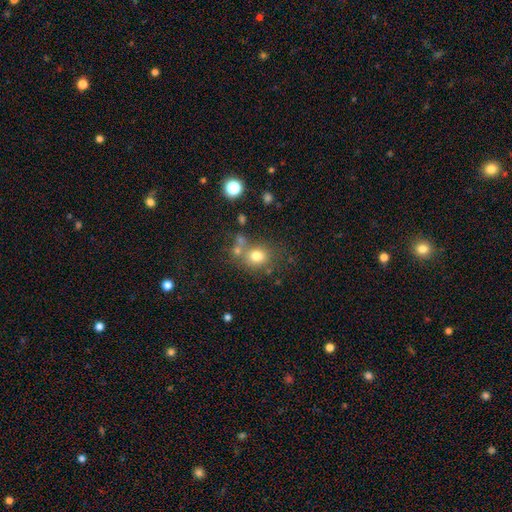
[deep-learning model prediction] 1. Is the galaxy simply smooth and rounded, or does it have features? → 76% smooth, 14% star or artifact, 10% featured or disk.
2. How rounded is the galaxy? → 71% round, 28% in between, 1% cigar-shaped.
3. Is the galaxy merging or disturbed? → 61% none, 19% merger, 14% minor disturbance, 7% major disturbance.